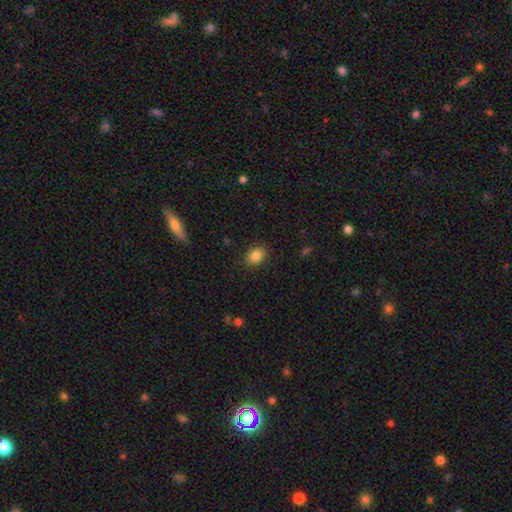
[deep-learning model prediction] Smooth or featured? smooth (86%)
How rounded? in between (54%)
Merging? none (87%)